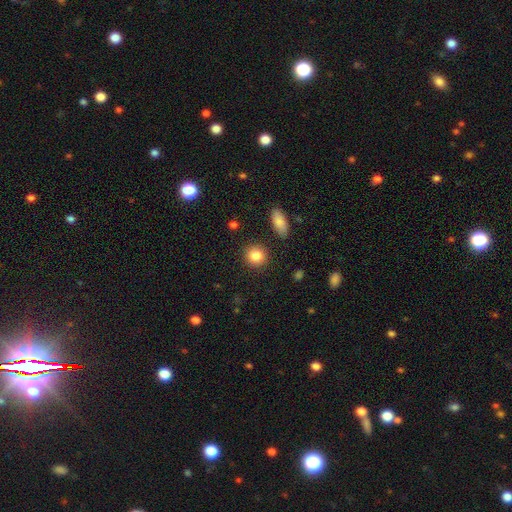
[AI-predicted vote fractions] Smooth or featured? smooth (86%)
How rounded? round (86%)
Merging? none (89%)